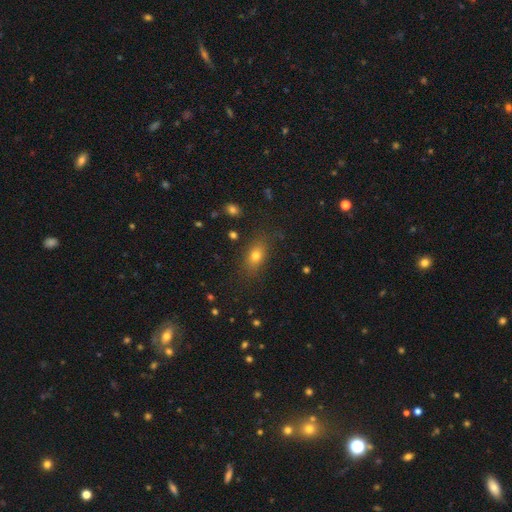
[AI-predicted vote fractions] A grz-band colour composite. It shows a smooth galaxy with no disk features (73%) that is in between round and cigar-shaped (74%). Merging: none (81%).